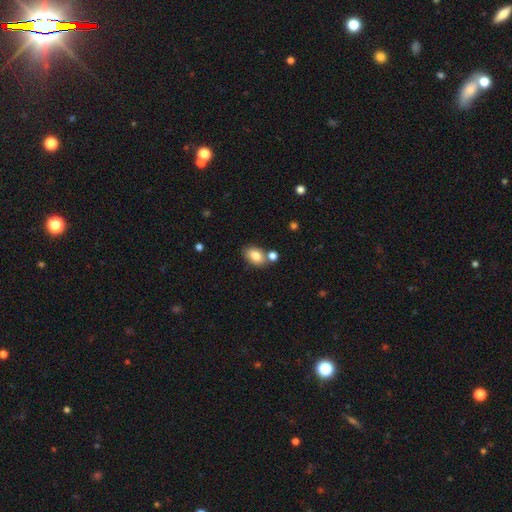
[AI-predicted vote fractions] smooth 82%, featured or disk 9%, star or artifact 9%. Down the decision tree: how rounded — in between (83%); merging — none (68%).